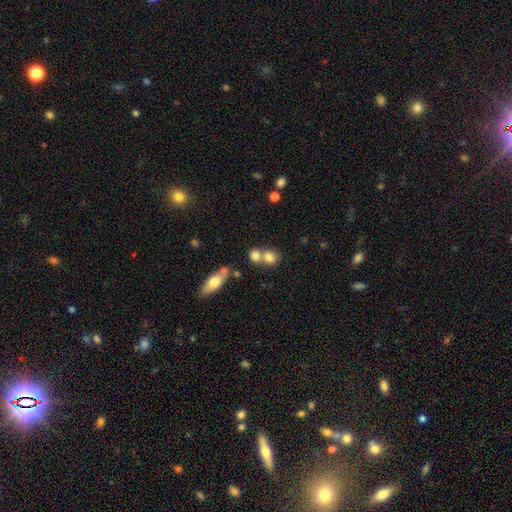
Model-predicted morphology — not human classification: type=smooth (78%); roundness=round (65%); merging=merger (51%).